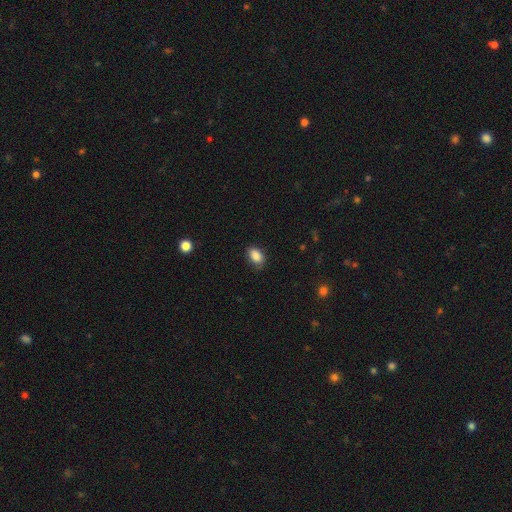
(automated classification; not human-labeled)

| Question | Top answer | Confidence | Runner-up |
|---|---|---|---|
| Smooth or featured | smooth | 87% | star or artifact (8%) |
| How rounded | in between | 85% | round (13%) |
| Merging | none | 80% | minor disturbance (16%) |